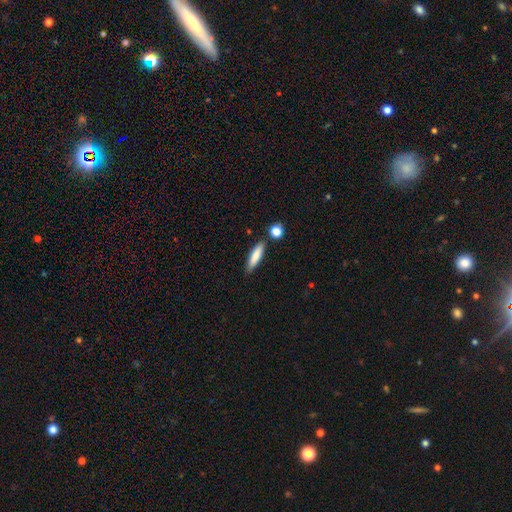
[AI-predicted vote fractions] smooth 79%, featured or disk 14%, star or artifact 7%. Down the decision tree: how rounded — cigar-shaped (75%); merging — none (80%).